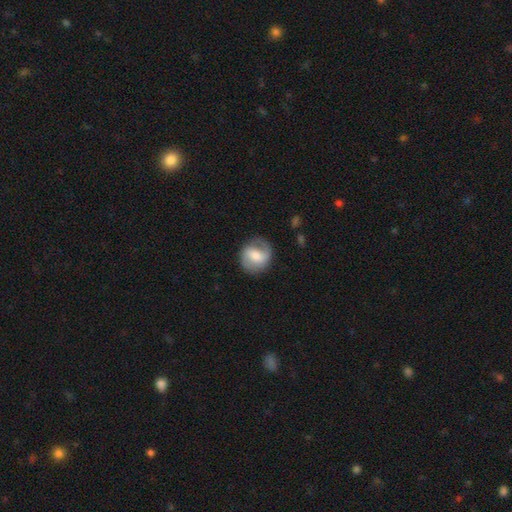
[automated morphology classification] Smooth or featured?
  - featured or disk: 55% *
  - smooth: 38%
  - star or artifact: 7%
Edge-on disk?
  - no: 97% *
  - yes: 3%
Bar?
  - weak: 50% *
  - no: 26%
  - strong: 23%
Spiral arms?
  - yes: 83% *
  - no: 17%
Bulge size?
  - moderate: 56% *
  - small: 28%
  - large: 11%
  - none: 4%
  - dominant: 2%
Merging?
  - none: 76% *
  - minor disturbance: 16%
  - major disturbance: 7%
  - merger: 1%